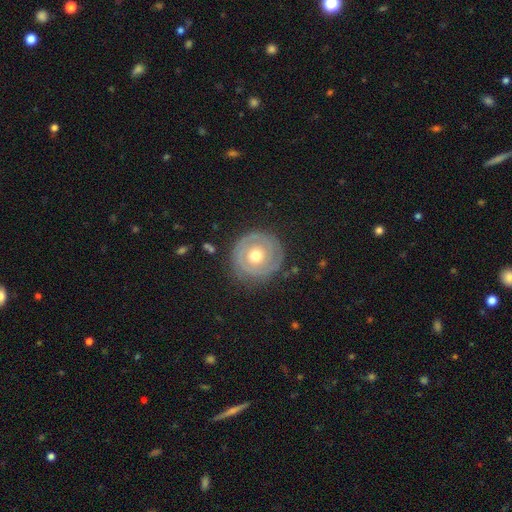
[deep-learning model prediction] smooth_or_featured: featured or disk (p=0.63) [alt: smooth p=0.31]
disk_edge_on: no (p=0.96) [alt: yes p=0.04]
bar: no (p=0.88) [alt: weak p=0.10]
has_spiral_arms: yes (p=0.52) [alt: no p=0.48]
bulge_size: moderate (p=0.76) [alt: small p=0.14]
merging: none (p=0.81) [alt: minor disturbance p=0.13]